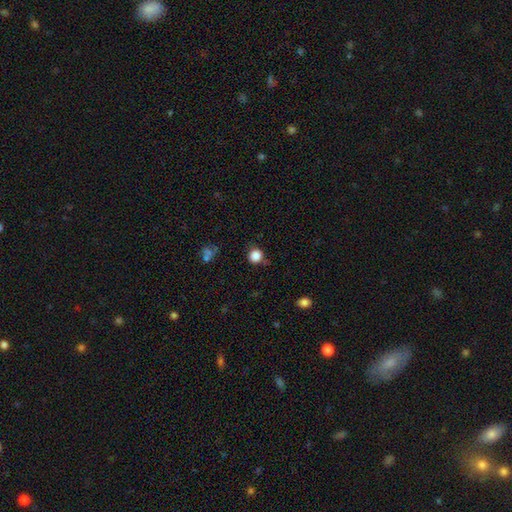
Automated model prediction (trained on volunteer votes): Smooth or featured?
  - smooth: 85% *
  - star or artifact: 11%
  - featured or disk: 4%
How rounded?
  - round: 90% *
  - in between: 9%
  - cigar-shaped: 1%
Merging?
  - none: 79% *
  - minor disturbance: 14%
  - major disturbance: 4%
  - merger: 3%